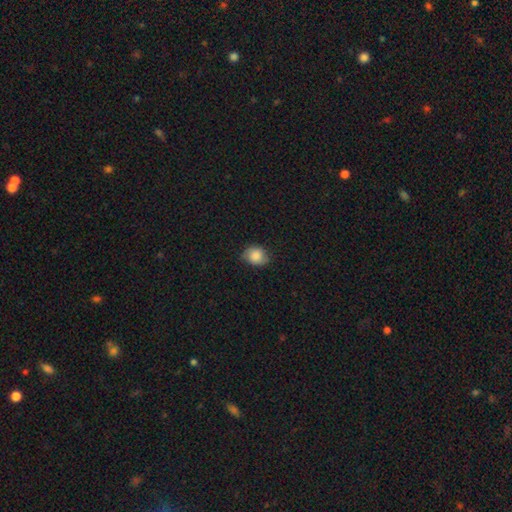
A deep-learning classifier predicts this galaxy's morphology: Overall: smooth (79%). How rounded: round (64%; in between 35%). Merging: none (71%).